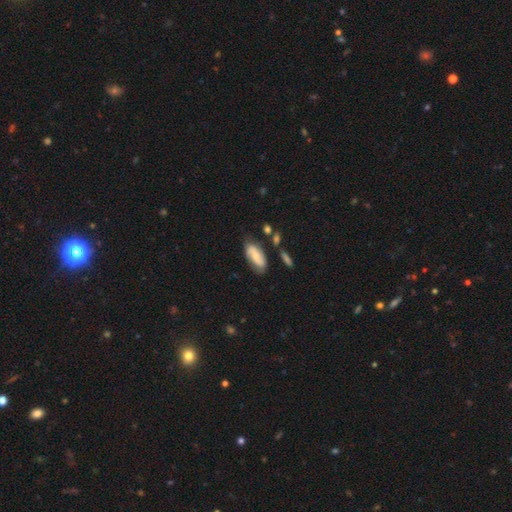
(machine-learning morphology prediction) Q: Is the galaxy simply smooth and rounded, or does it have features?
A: smooth — 48%.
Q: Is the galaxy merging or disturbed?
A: none — 68%.